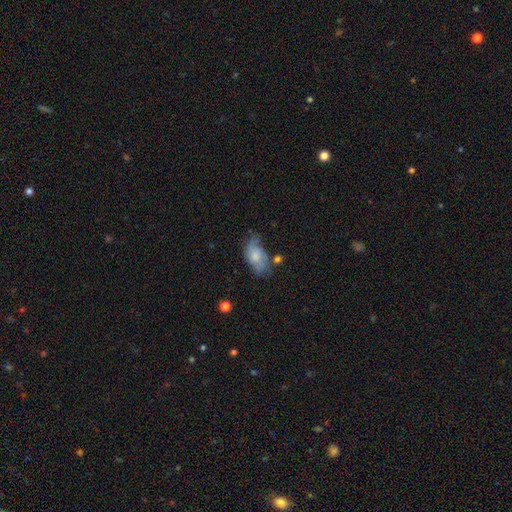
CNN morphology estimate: type=smooth (55%); roundness=in between (91%); merging=none (40%).